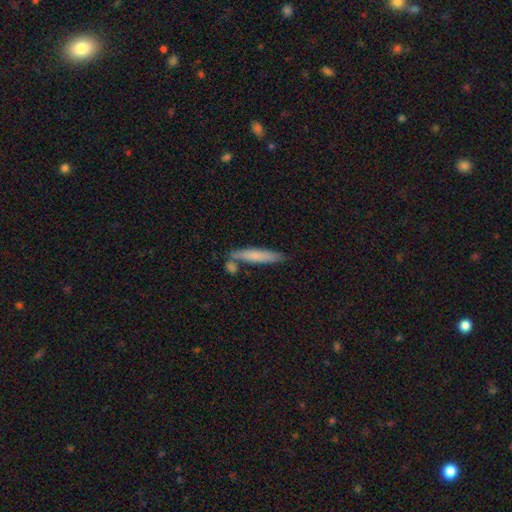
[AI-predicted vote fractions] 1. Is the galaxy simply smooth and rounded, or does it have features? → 72% smooth, 22% featured or disk, 6% star or artifact.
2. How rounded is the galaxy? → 88% cigar-shaped, 10% in between, 2% round.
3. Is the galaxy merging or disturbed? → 69% none, 14% minor disturbance, 13% merger, 4% major disturbance.